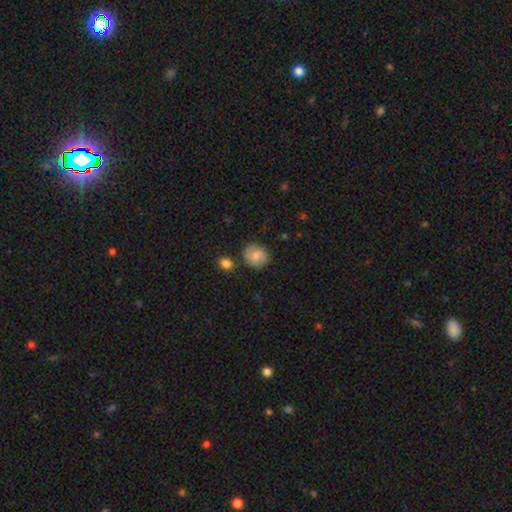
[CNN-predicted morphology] smooth_or_featured: smooth (p=0.62) [alt: featured or disk p=0.29]
how_rounded: round (p=0.78) [alt: in between p=0.21]
merging: none (p=0.77) [alt: minor disturbance p=0.15]